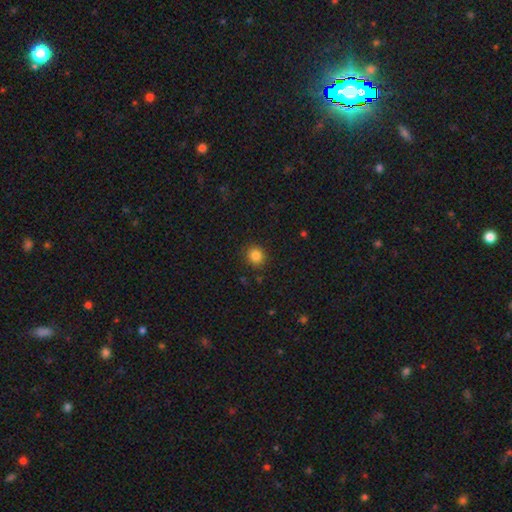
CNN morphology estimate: type=smooth (84%); roundness=round (85%); merging=none (89%).